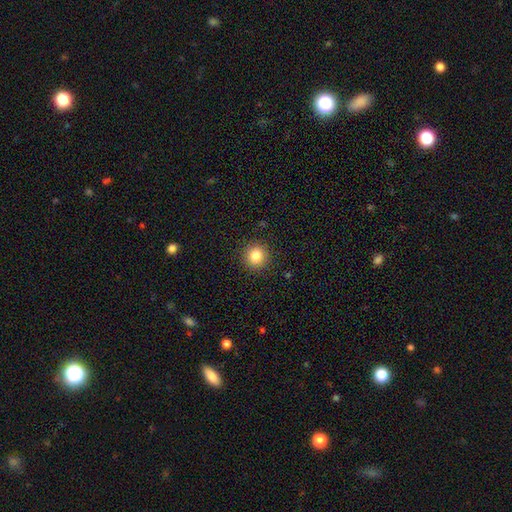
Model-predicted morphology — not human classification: A smooth galaxy with no disk features (83%) that is round (93%). Merging: none (91%).